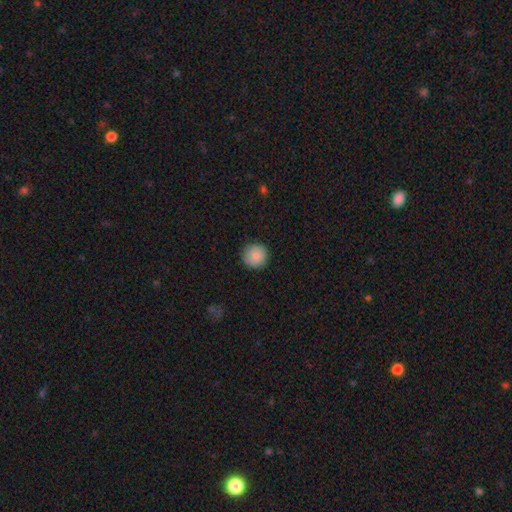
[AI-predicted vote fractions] Smooth or featured? smooth (86%)
How rounded? round (93%)
Merging? none (89%)